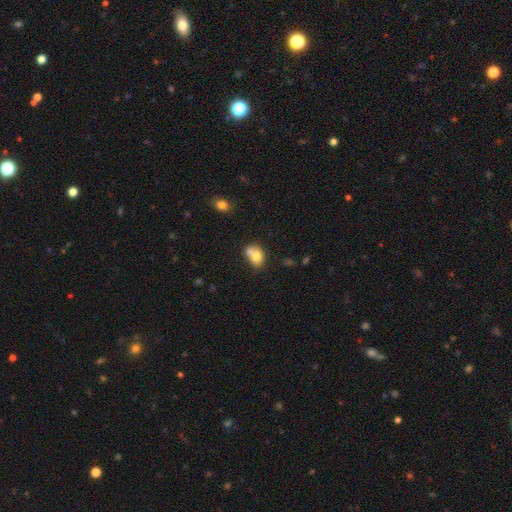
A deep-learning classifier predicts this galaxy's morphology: A smooth galaxy with no disk features (74%) that is in between round and cigar-shaped (57%). Merging: merger (50%).